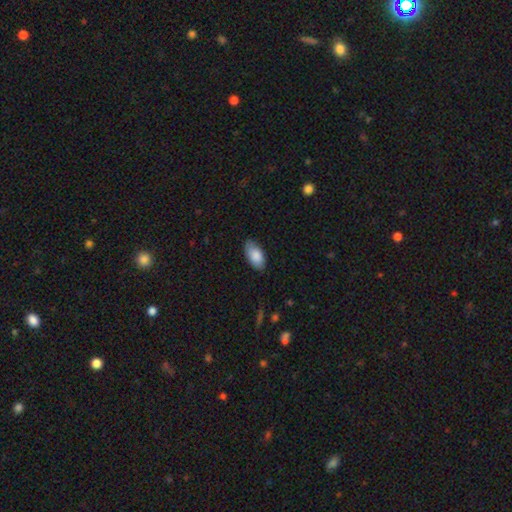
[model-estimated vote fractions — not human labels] A smooth galaxy with no disk features (86%) that is in between round and cigar-shaped (94%). Merging: none (79%).